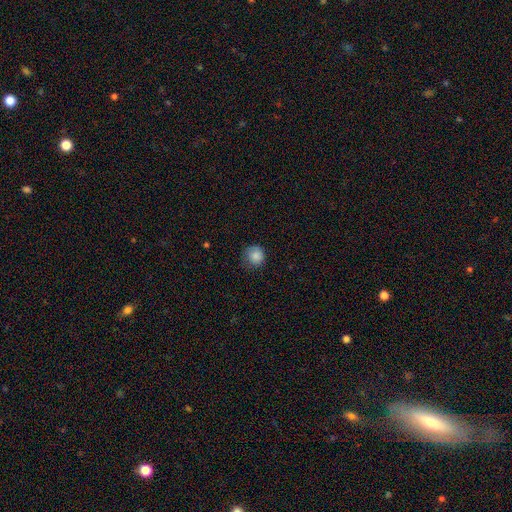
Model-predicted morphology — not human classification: Smooth or featured? Predicted: smooth (p=0.85). How rounded? Predicted: round (p=0.90). Merging? Predicted: none (p=0.72).